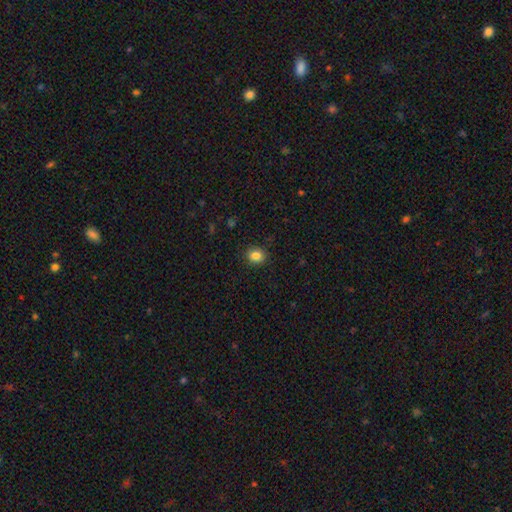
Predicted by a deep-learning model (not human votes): smooth-or-featured: smooth: 85% | star or artifact: 10% | featured or disk: 5%
  how-rounded: round: 71% | in between: 28% | cigar-shaped: 1%
  merging: none: 90% | minor disturbance: 7% | major disturbance: 2% | merger: 1%